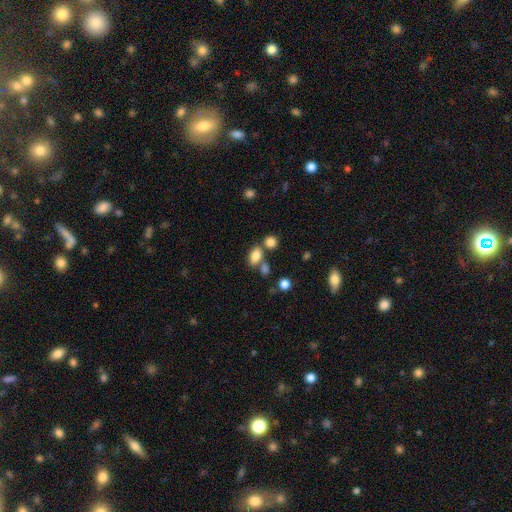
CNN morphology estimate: Smooth or featured? smooth (80%)
How rounded? in between (82%)
Merging? none (58%)